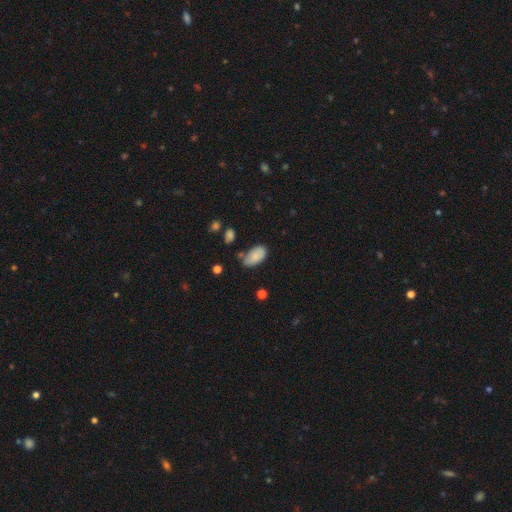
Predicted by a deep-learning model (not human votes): smooth_or_featured: smooth (p=0.83) [alt: featured or disk p=0.10]
how_rounded: in between (p=0.95) [alt: round p=0.04]
merging: none (p=0.59) [alt: minor disturbance p=0.29]